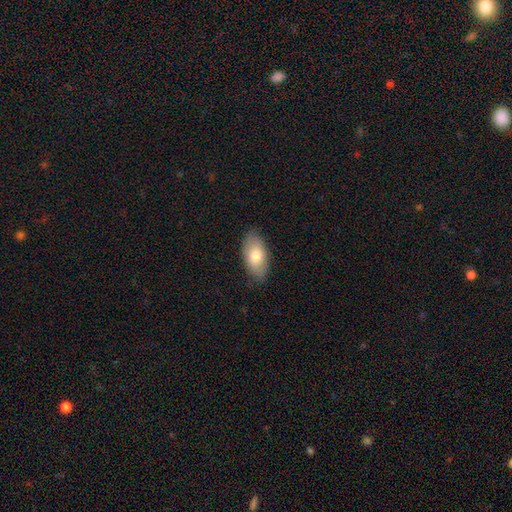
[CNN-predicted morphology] smooth 75%, featured or disk 19%, star or artifact 6%. Down the decision tree: how rounded — in between (93%); merging — none (83%).